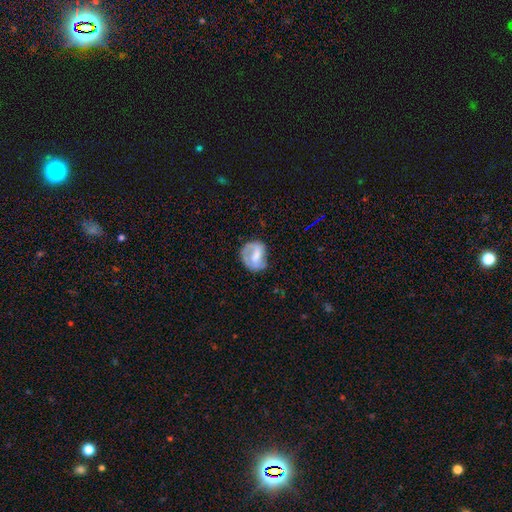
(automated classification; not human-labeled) Smooth or featured? featured or disk (51%)
Edge-on disk? no (97%)
Merging? none (55%)